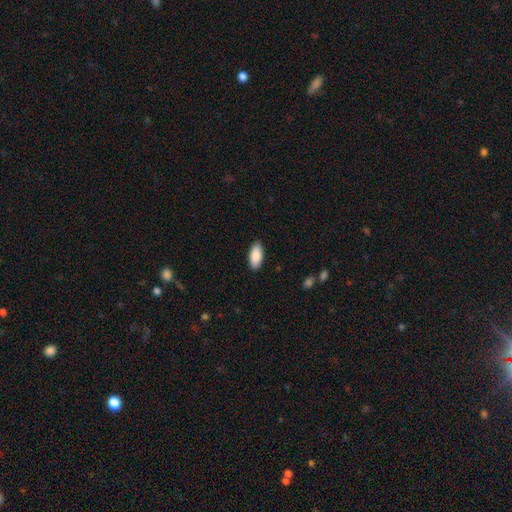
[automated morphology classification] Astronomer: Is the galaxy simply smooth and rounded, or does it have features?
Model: smooth — 89%.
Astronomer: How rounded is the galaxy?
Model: in between — 88%.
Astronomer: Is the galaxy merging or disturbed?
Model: none — 89%.